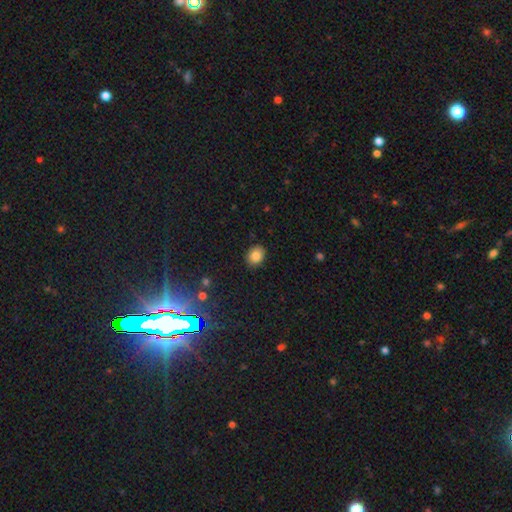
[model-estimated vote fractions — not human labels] The model was most divided on "how rounded": in between: 53%, round: 46%, cigar-shaped: 1%. More confident: merging — none (88%); smooth or featured — smooth (84%).